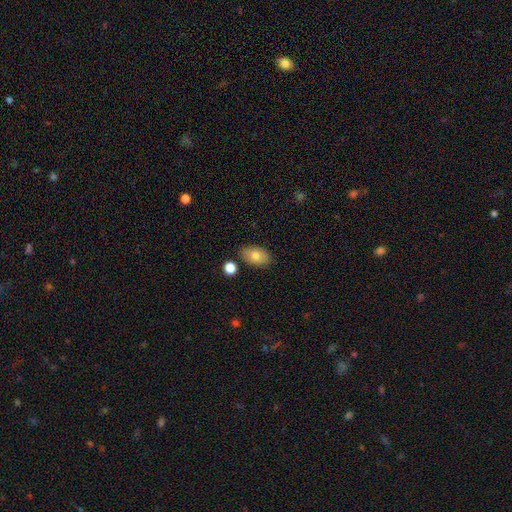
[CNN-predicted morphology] Q: Smooth or featured?
A: smooth (79%); runner-up: featured or disk (13%)
Q: How rounded?
A: in between (89%); runner-up: round (10%)
Q: Merging?
A: none (82%); runner-up: minor disturbance (12%)